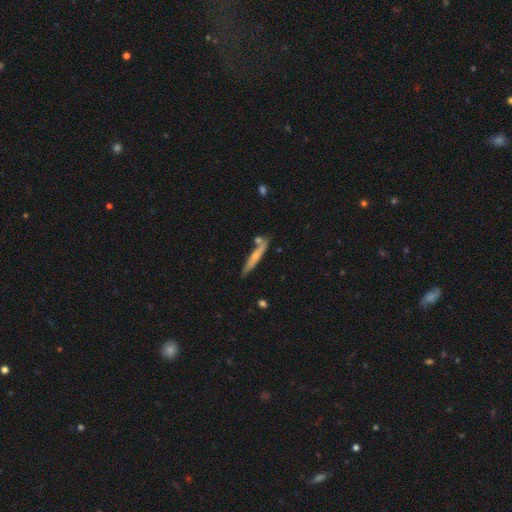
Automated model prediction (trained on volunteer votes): A smooth galaxy with no disk features (49%). Merging: none (71%).